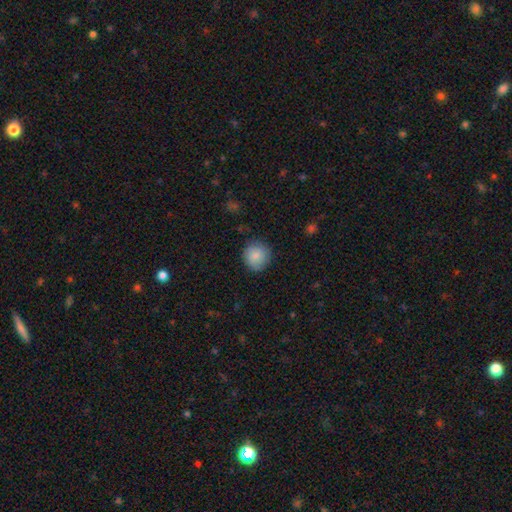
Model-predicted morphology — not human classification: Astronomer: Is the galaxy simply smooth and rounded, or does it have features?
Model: smooth — 85%.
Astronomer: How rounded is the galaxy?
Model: round — 91%.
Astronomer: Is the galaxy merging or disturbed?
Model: none — 83%.